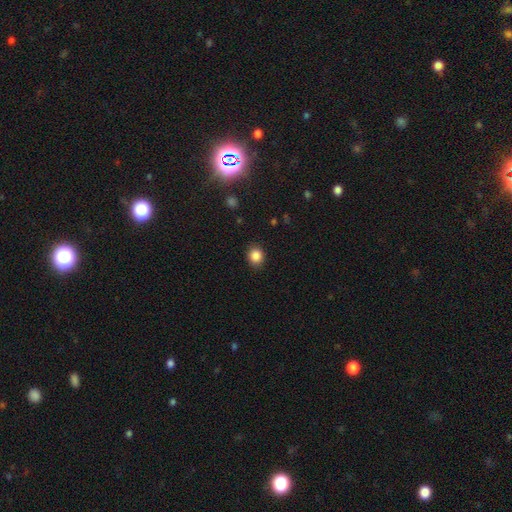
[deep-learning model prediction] A smooth galaxy with no disk features (86%) that is round (75%).

Vote fractions:
- Smooth or featured? smooth: 86% / star or artifact: 10% / featured or disk: 4%
- How rounded? round: 75% / in between: 24% / cigar-shaped: 1%
- Merging? none: 89% / minor disturbance: 8% / major disturbance: 2% / merger: 1%